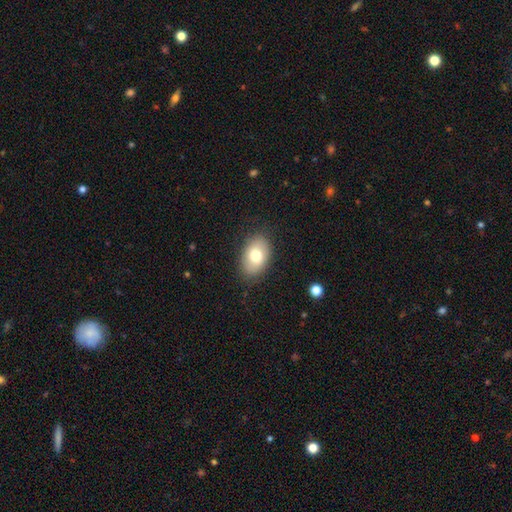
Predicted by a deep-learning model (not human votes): Smooth or featured?
  - smooth: 74% *
  - featured or disk: 18%
  - star or artifact: 8%
How rounded?
  - in between: 87% *
  - round: 12%
  - cigar-shaped: 1%
Merging?
  - none: 85% *
  - minor disturbance: 11%
  - major disturbance: 3%
  - merger: 1%